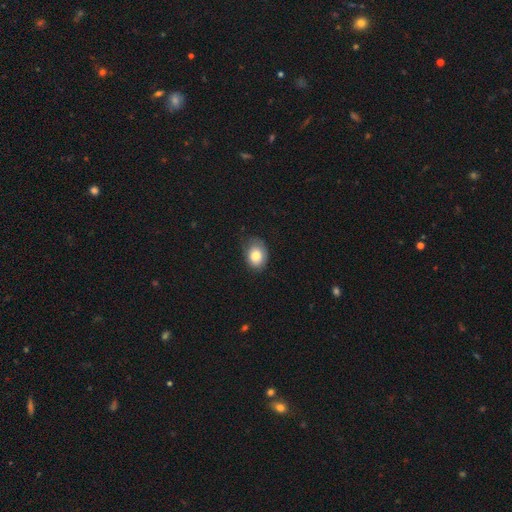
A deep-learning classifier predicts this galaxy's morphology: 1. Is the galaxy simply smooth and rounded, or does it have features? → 81% smooth, 10% featured or disk, 9% star or artifact.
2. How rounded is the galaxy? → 64% in between, 35% round, 1% cigar-shaped.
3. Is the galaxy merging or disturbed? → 68% none, 25% minor disturbance, 5% major disturbance, 1% merger.